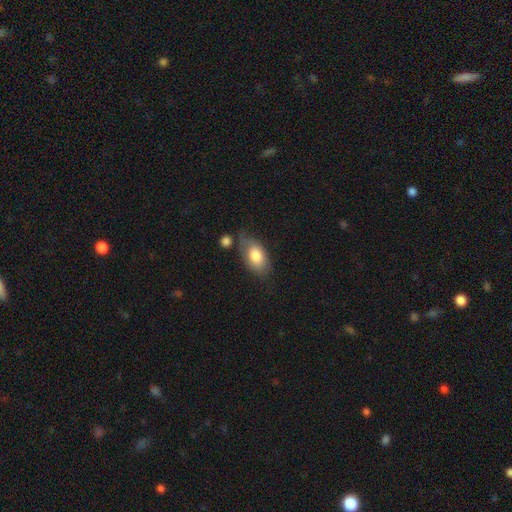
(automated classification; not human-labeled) Smooth or featured? smooth (78%)
How rounded? in between (90%)
Merging? none (53%)